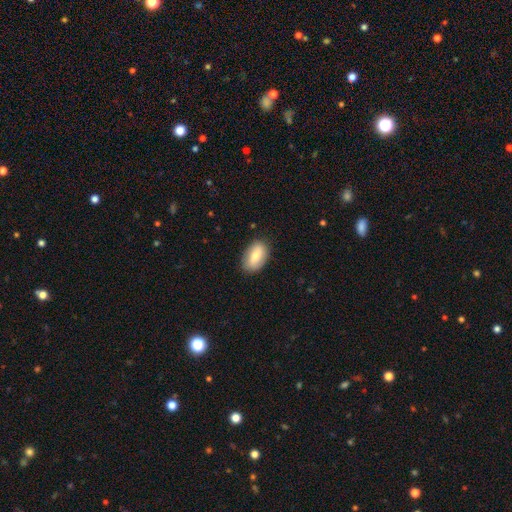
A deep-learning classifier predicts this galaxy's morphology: Q: Smooth or featured?
A: smooth (77%); runner-up: featured or disk (16%)
Q: How rounded?
A: in between (92%); runner-up: round (6%)
Q: Merging?
A: none (83%); runner-up: minor disturbance (13%)